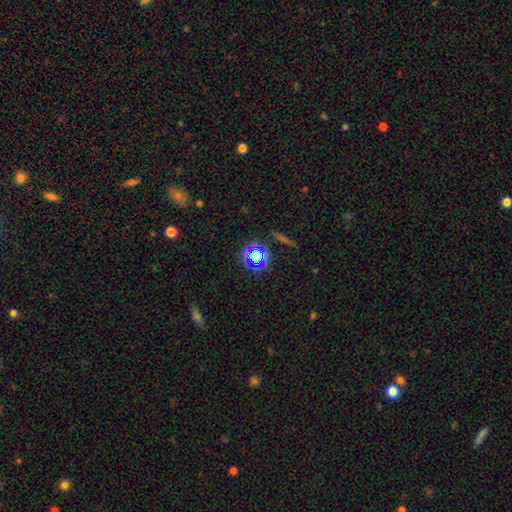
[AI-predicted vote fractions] smooth_or_featured: star or artifact (p=0.57) [alt: smooth p=0.31]